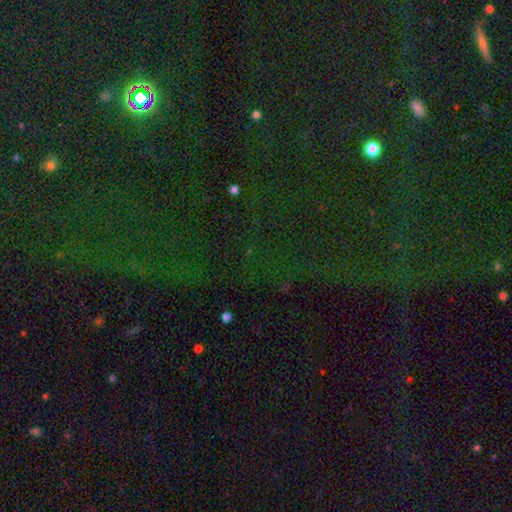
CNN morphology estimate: This appears to be a star or artifact, not a galaxy (78%).